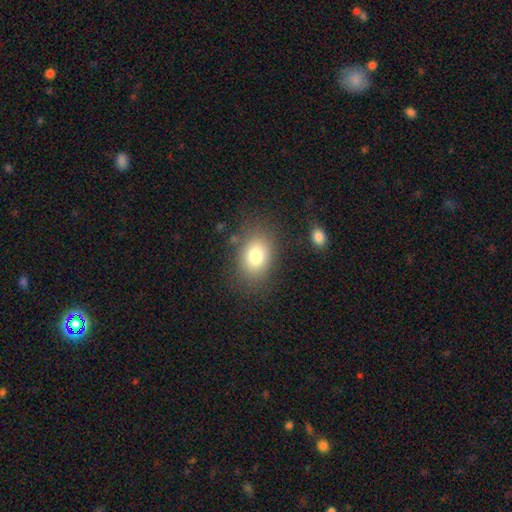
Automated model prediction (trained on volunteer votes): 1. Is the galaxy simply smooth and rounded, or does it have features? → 79% smooth, 11% featured or disk, 10% star or artifact.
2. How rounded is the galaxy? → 70% in between, 29% round, 1% cigar-shaped.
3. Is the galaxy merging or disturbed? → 79% none, 13% minor disturbance, 6% major disturbance, 3% merger.